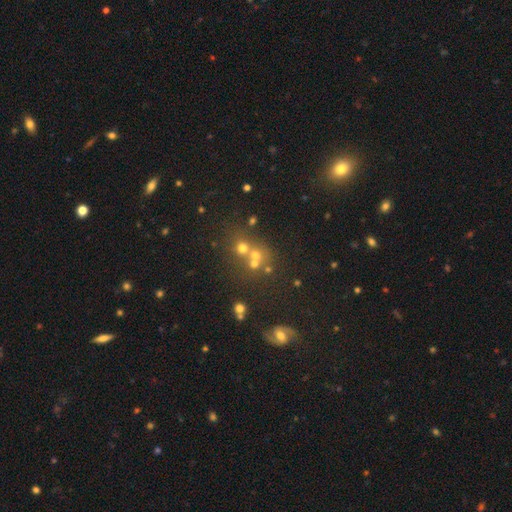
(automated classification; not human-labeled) This appears to be a smooth galaxy with no disk features (56%) that is round (80%). Merging: none (44%).